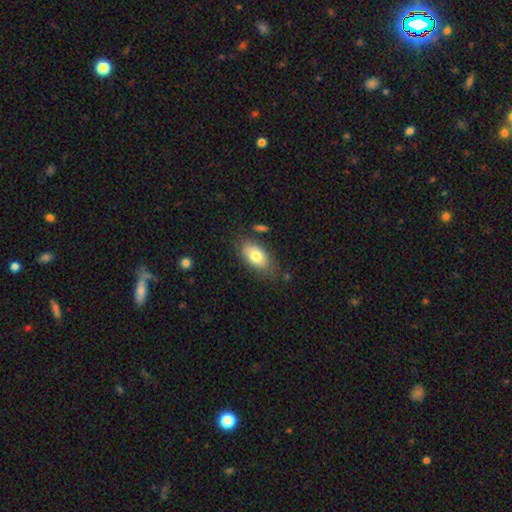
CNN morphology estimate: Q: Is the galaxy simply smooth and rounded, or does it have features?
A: smooth — 78%.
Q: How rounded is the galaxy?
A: in between — 91%.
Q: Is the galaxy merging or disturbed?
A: none — 73%.